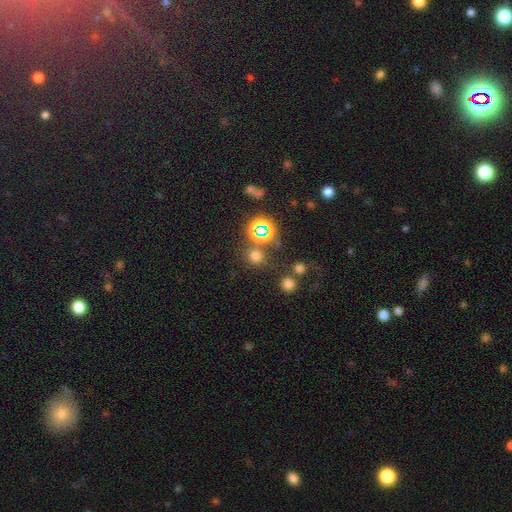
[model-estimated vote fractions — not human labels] Smooth or featured?
  - smooth: 62% *
  - star or artifact: 31%
  - featured or disk: 6%
How rounded?
  - round: 82% *
  - in between: 16%
  - cigar-shaped: 1%
Merging?
  - none: 76% *
  - merger: 10%
  - minor disturbance: 9%
  - major disturbance: 5%